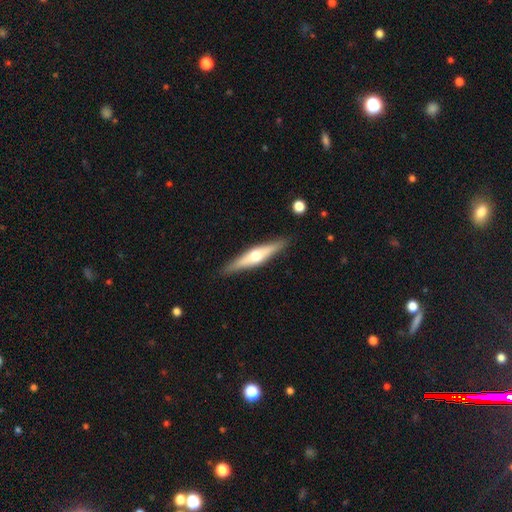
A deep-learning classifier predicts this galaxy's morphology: Q: Smooth or featured?
A: featured or disk (65%); runner-up: smooth (30%)
Q: Edge-on disk?
A: yes (96%); runner-up: no (4%)
Q: Edge-on bulge?
A: rounded (92%); runner-up: boxy (5%)
Q: Merging?
A: none (89%); runner-up: minor disturbance (8%)